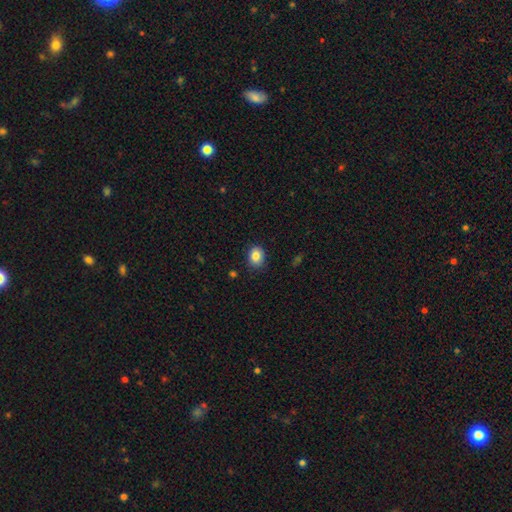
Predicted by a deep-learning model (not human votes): Smooth or featured? Predicted: smooth (p=0.83). How rounded? Predicted: in between (p=0.51). Merging? Predicted: none (p=0.85).